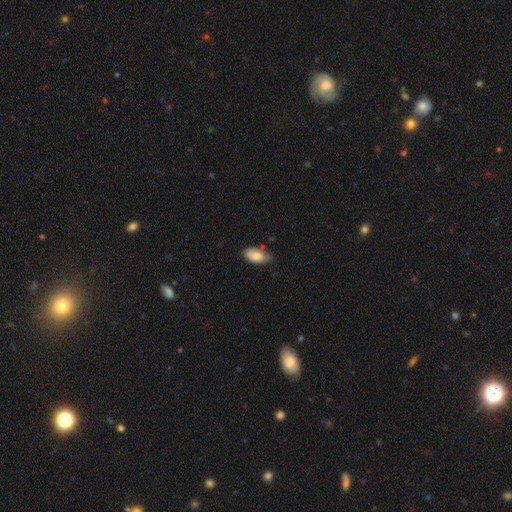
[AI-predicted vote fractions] Overall: smooth (84%). How rounded: in between (93%). Merging: none (67%).